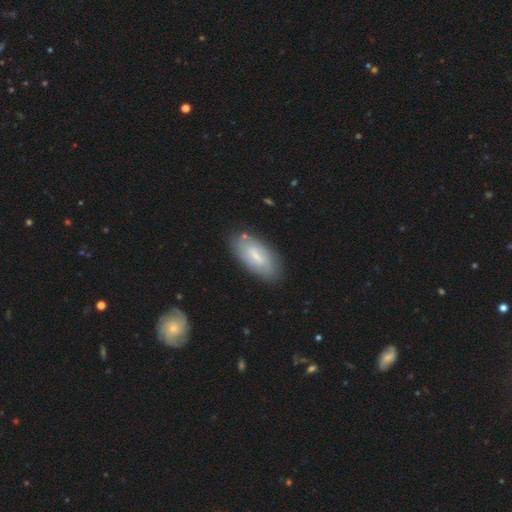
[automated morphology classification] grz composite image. It shows a smooth galaxy with no disk features (52%) that is in between round and cigar-shaped (83%). Merging: none (79%).